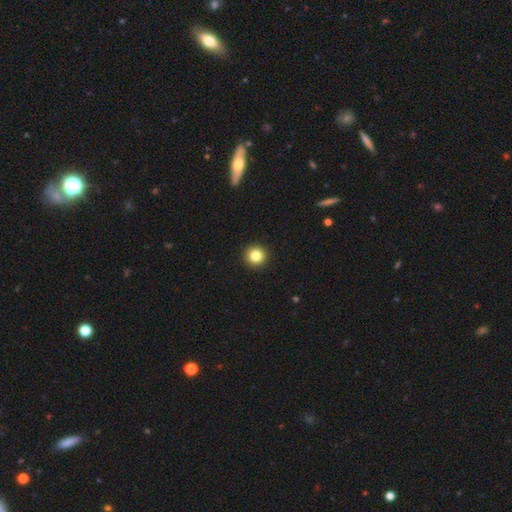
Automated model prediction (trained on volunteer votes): This is clearly a smooth galaxy (83%). How rounded: clearly round (95%). Merging: clearly none (93%).